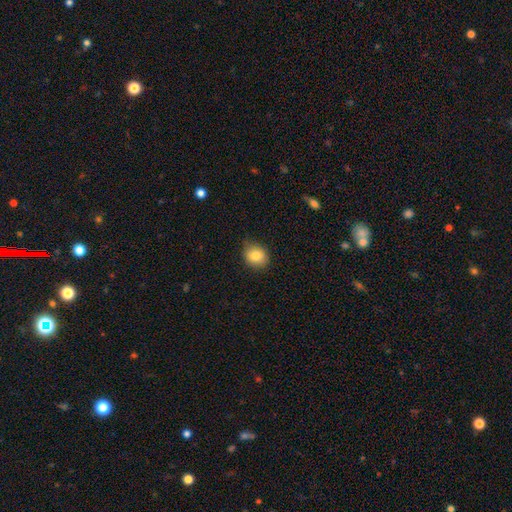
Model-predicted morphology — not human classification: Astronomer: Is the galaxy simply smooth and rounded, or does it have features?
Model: smooth — 84%.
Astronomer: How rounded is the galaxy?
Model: round — 68%.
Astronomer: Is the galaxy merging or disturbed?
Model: none — 80%.